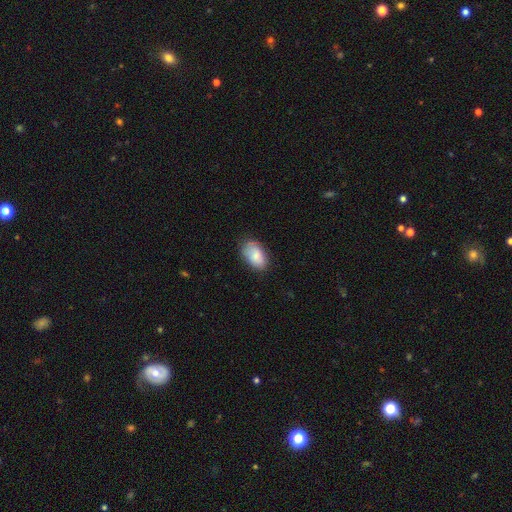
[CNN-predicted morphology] A smooth galaxy with no disk features (82%) that is in between round and cigar-shaped (90%). Merging: none (71%).